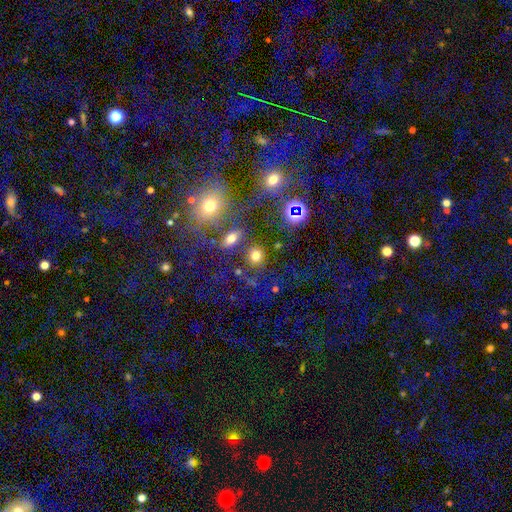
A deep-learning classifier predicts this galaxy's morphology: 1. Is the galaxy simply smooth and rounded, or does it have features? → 74% smooth, 18% star or artifact, 8% featured or disk.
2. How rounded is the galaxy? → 73% round, 25% in between, 2% cigar-shaped.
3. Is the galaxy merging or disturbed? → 72% none, 12% merger, 10% minor disturbance, 6% major disturbance.